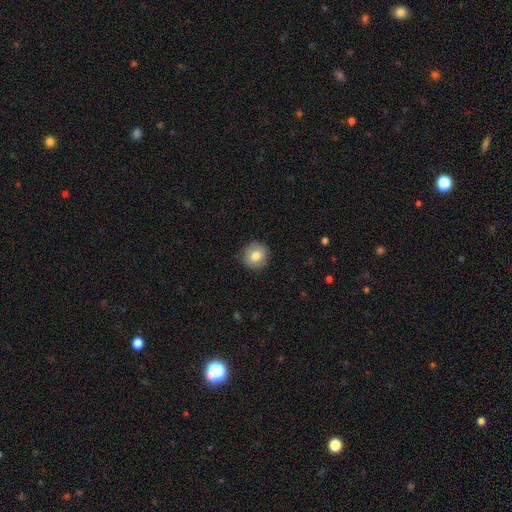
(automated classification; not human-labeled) Smooth or featured?
  - smooth: 78% *
  - featured or disk: 14%
  - star or artifact: 9%
How rounded?
  - round: 91% *
  - in between: 8%
  - cigar-shaped: 1%
Merging?
  - none: 86% *
  - minor disturbance: 10%
  - major disturbance: 2%
  - merger: 1%